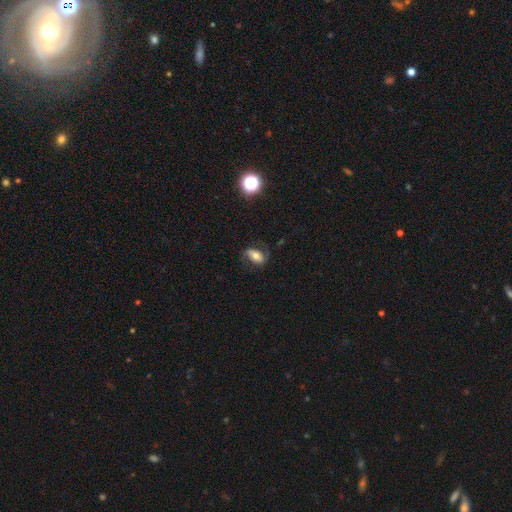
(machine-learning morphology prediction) featured or disk 50%, smooth 40%, star or artifact 10%. Down the decision tree: edge-on disk — no (92%); merging — none (64%).